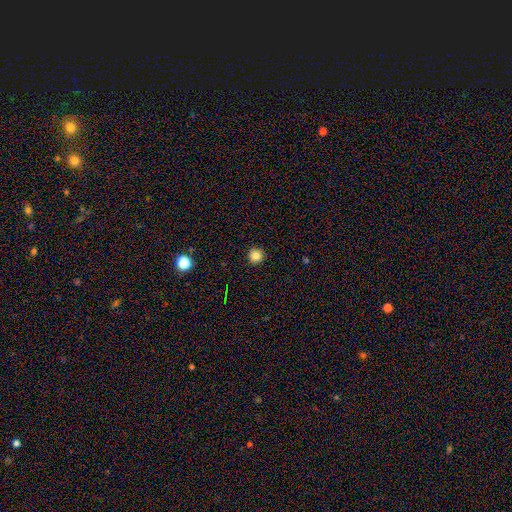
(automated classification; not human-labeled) Smooth or featured: smooth — 84% (star or artifact — 12%)
How rounded: round — 95% (in between — 4%)
Merging: none — 92% (minor disturbance — 5%)